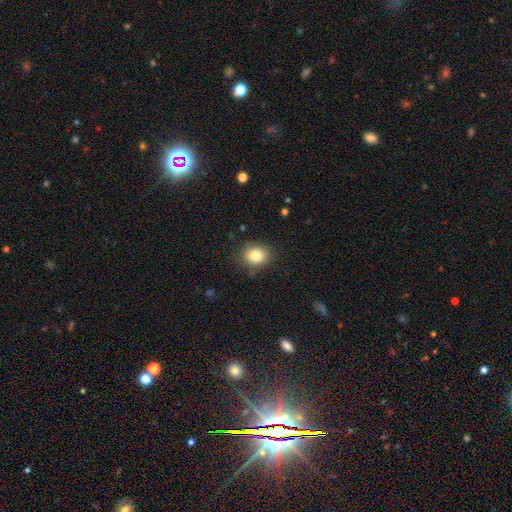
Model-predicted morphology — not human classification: This appears to be a smooth galaxy with no disk features (82%) that is round (60%). Merging: none (83%).